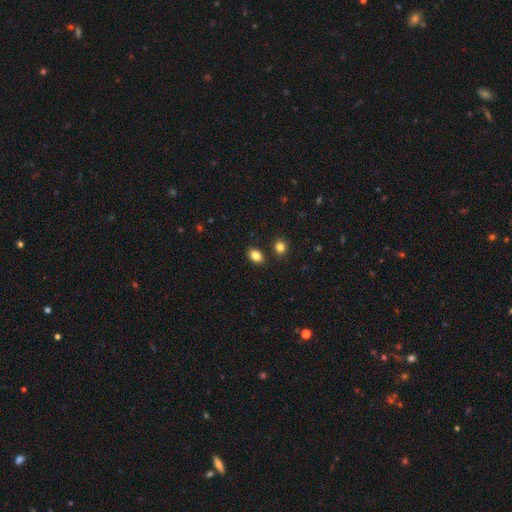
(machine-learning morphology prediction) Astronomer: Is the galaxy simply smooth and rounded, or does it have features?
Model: smooth — 85%.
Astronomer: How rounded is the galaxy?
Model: in between — 72%.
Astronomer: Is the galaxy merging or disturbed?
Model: none — 84%.